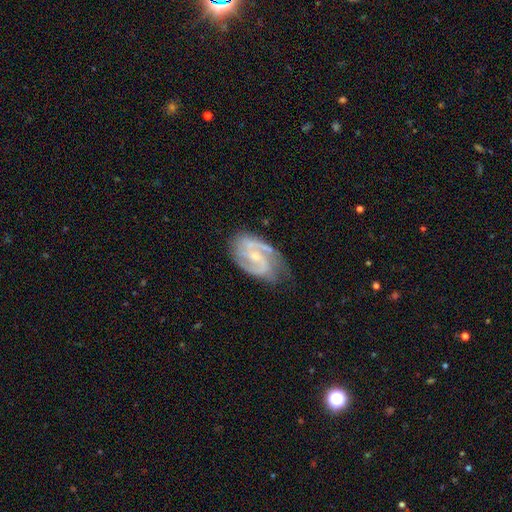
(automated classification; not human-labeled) Smooth or featured: featured or disk — 89% (smooth — 6%)
Edge-on disk: no — 97% (yes — 3%)
Bar: weak — 45% (no — 42%)
Spiral arms: yes — 97% (no — 3%)
Spiral winding: medium — 52% (tight — 35%)
Spiral arm count: 2 — 77% (3 — 10%)
Bulge size: small — 62% (moderate — 31%)
Merging: none — 67% (minor disturbance — 24%)